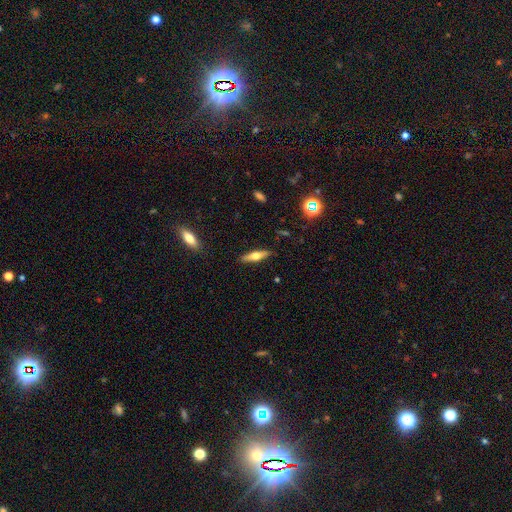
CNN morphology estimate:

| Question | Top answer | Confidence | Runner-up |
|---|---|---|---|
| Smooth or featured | featured or disk | 52% | smooth (41%) |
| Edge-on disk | yes | 93% | no (7%) |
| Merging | none | 88% | minor disturbance (8%) |